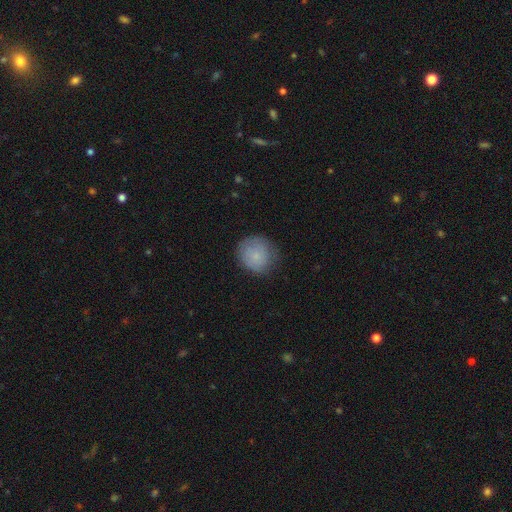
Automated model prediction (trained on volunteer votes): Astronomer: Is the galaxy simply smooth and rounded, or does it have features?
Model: smooth — 77%.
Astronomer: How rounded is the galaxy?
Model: round — 88%.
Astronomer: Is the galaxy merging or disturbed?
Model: none — 74%.